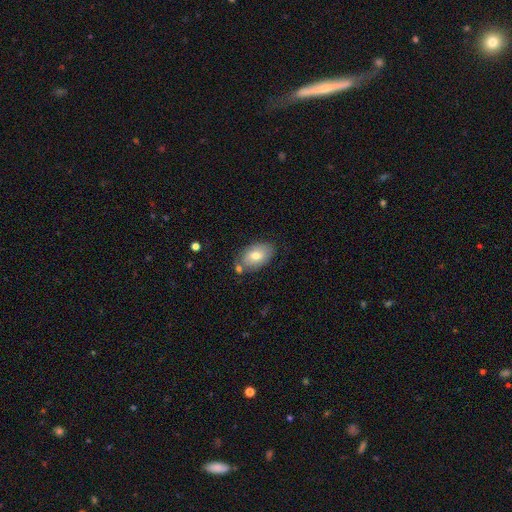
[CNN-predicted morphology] smooth 73%, featured or disk 20%, star or artifact 7%. Down the decision tree: how rounded — in between (90%); merging — none (69%).